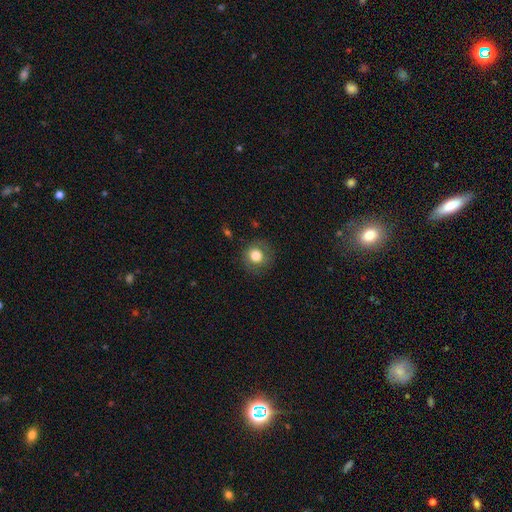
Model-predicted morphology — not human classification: smooth 77%, featured or disk 13%, star or artifact 10%. Down the decision tree: how rounded — round (86%); merging — none (80%).